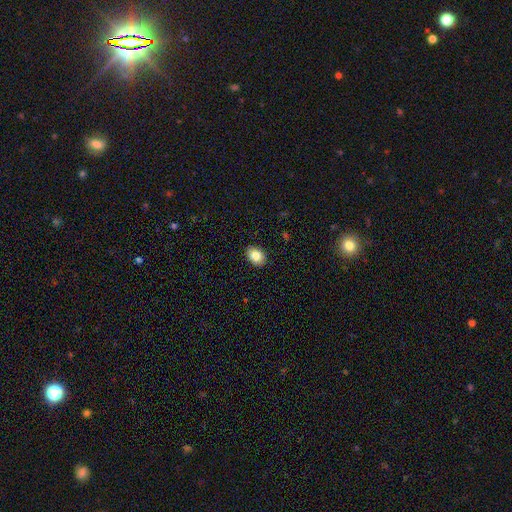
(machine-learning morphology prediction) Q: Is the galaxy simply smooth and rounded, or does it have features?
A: smooth — 85%.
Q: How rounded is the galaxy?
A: in between — 73%.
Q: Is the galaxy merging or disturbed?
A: none — 90%.